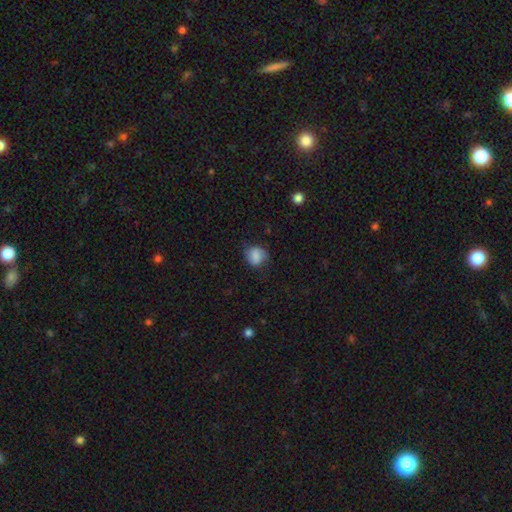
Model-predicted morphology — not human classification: The model was most divided on "how rounded": round: 70%, in between: 29%, cigar-shaped: 1%. More confident: smooth or featured — smooth (78%); merging — none (67%).